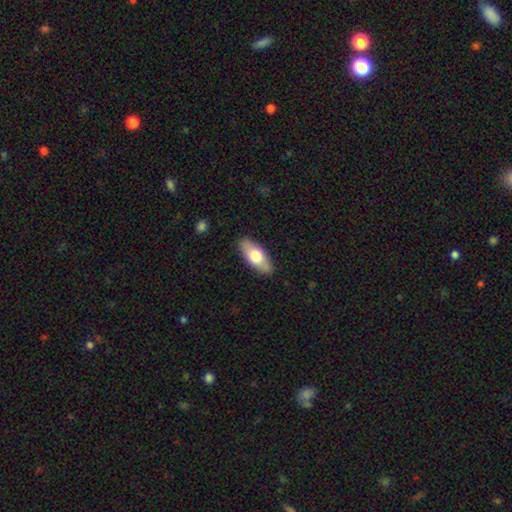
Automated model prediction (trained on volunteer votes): The model was most divided on "smooth or featured": smooth: 67%, featured or disk: 28%, star or artifact: 6%. More confident: merging — none (88%); how rounded — in between (83%).